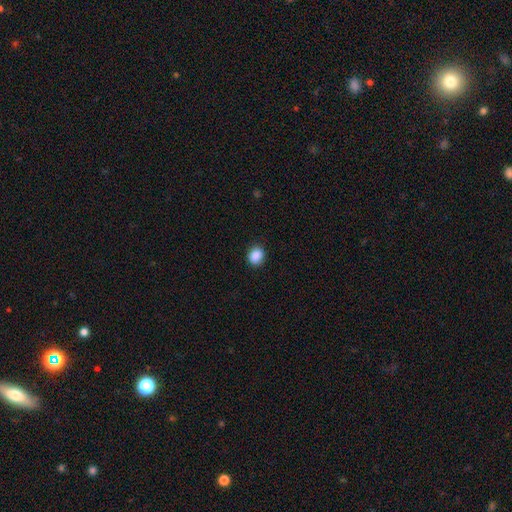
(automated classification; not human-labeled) Q: Smooth or featured?
A: smooth (89%); runner-up: star or artifact (8%)
Q: How rounded?
A: round (59%); runner-up: in between (40%)
Q: Merging?
A: none (88%); runner-up: minor disturbance (9%)